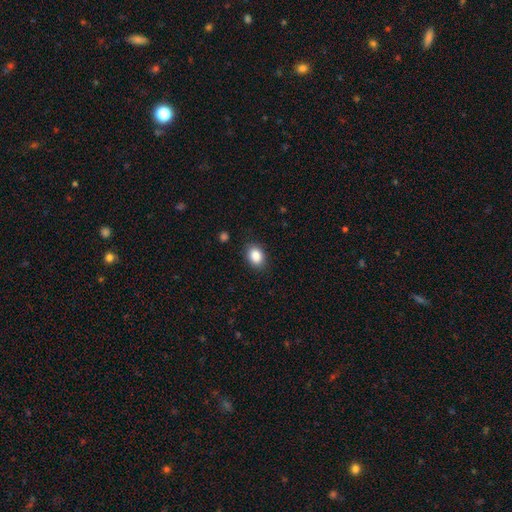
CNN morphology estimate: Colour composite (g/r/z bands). It shows a smooth galaxy with no disk features (87%) that is in between round and cigar-shaped (69%). Merging: none (85%).